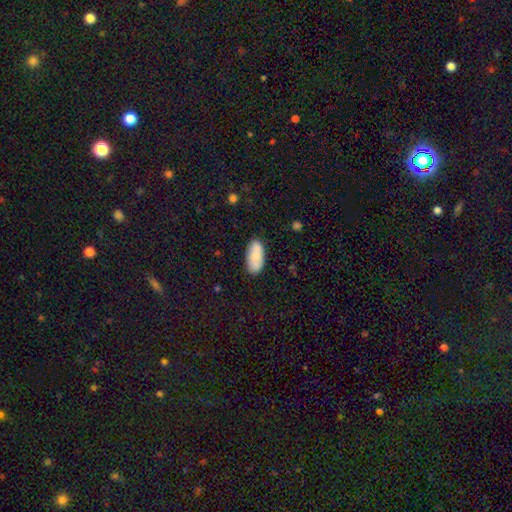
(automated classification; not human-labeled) Morphology: type=smooth (84%); roundness=in between (91%); merging=none (83%).